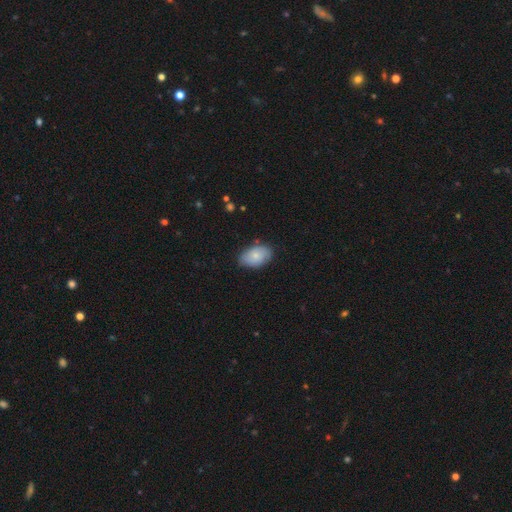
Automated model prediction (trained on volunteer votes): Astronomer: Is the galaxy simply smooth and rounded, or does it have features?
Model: smooth — 74%.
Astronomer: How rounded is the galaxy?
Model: in between — 90%.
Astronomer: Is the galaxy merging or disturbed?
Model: none — 80%.